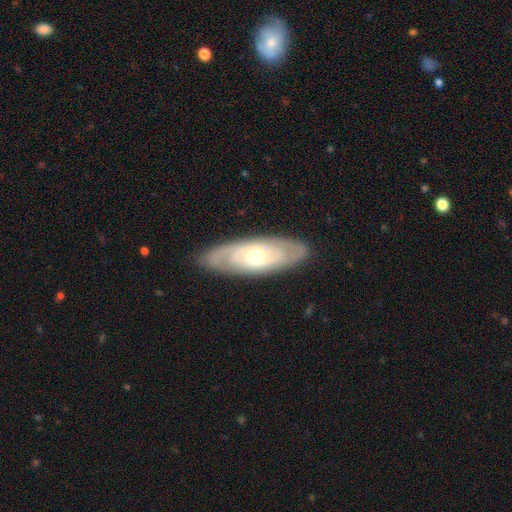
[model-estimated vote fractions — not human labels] smooth_or_featured: featured or disk (p=0.69) [alt: smooth p=0.26]
disk_edge_on: no (p=0.83) [alt: yes p=0.17]
bar: no (p=0.68) [alt: weak p=0.25]
has_spiral_arms: yes (p=0.63) [alt: no p=0.37]
bulge_size: moderate (p=0.61) [alt: small p=0.32]
merging: none (p=0.86) [alt: minor disturbance p=0.10]